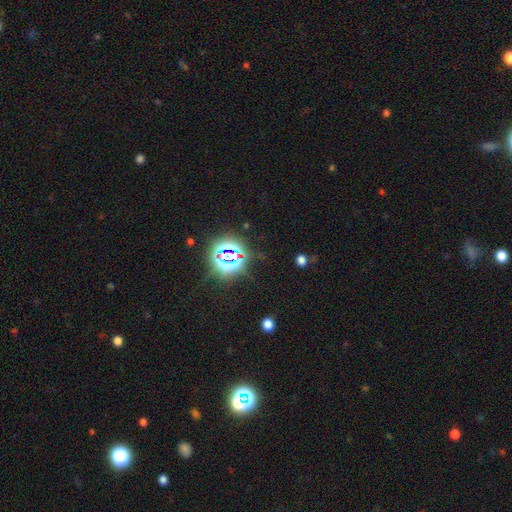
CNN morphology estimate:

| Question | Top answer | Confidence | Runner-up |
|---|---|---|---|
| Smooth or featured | star or artifact | 81% | smooth (11%) |